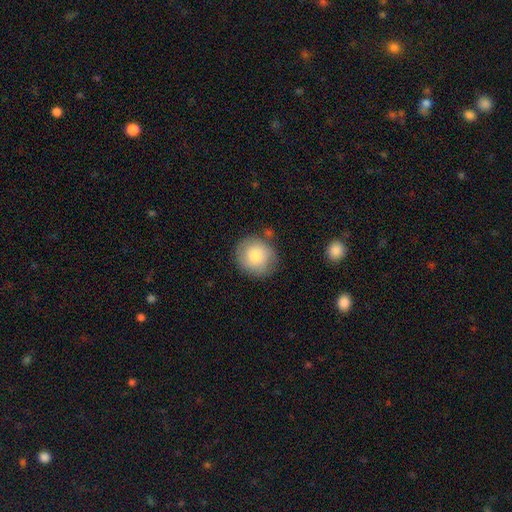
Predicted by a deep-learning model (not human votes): smooth-or-featured: smooth: 82% | featured or disk: 11% | star or artifact: 7%
  how-rounded: round: 88% | in between: 12% | cigar-shaped: 1%
  merging: none: 79% | minor disturbance: 14% | major disturbance: 4% | merger: 4%